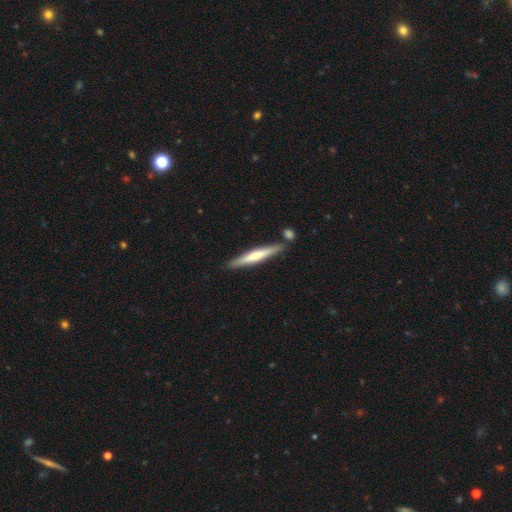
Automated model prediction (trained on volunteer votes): Smooth or featured? Predicted: smooth (p=0.50). How rounded? Predicted: cigar-shaped (p=0.94). Merging? Predicted: none (p=0.80).